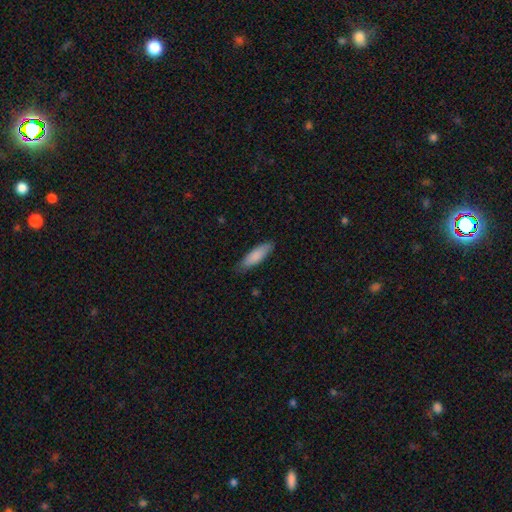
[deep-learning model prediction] The model was most divided on "how rounded": cigar-shaped: 55%, in between: 44%, round: 1%. More confident: smooth or featured — smooth (85%); merging — none (81%).